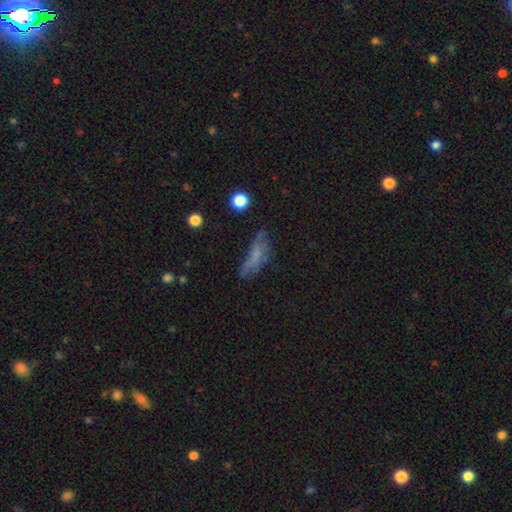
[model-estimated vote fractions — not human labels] The model was most divided on "how rounded": in between: 53%, cigar-shaped: 43%, round: 4%. Remaining: smooth or featured — smooth (53%); merging — none (41%).